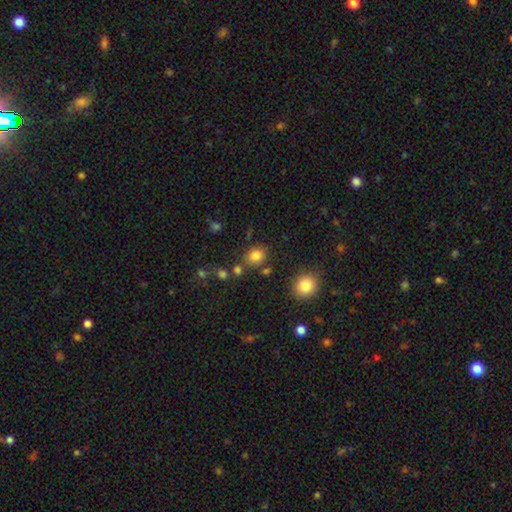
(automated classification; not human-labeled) A smooth galaxy with no disk features (82%) that is round (59%).

Vote fractions:
- Smooth or featured? smooth: 82% / star or artifact: 12% / featured or disk: 6%
- How rounded? round: 59% / in between: 40% / cigar-shaped: 1%
- Merging? none: 76% / minor disturbance: 12% / merger: 9% / major disturbance: 4%